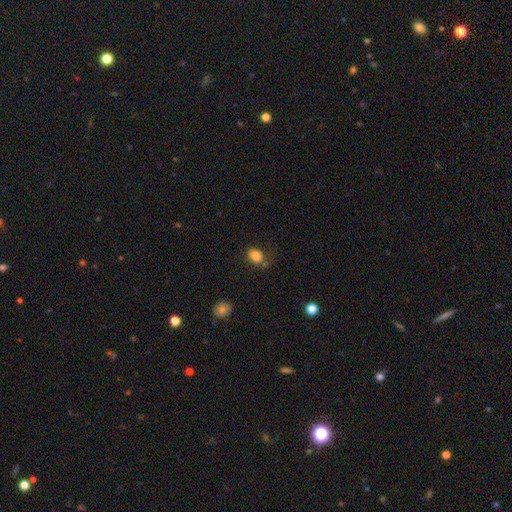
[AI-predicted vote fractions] smooth-or-featured: smooth: 83% | star or artifact: 10% | featured or disk: 7%
  how-rounded: in between: 52% | round: 47% | cigar-shaped: 1%
  merging: none: 62% | minor disturbance: 22% | major disturbance: 9% | merger: 7%